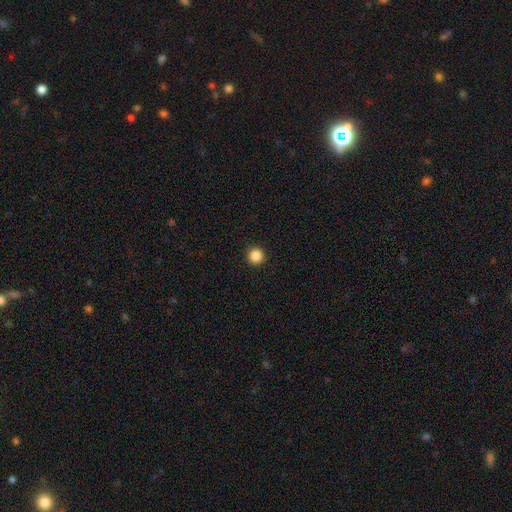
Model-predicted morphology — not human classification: A smooth galaxy with no disk features (87%) that is round (96%). Merging: none (93%).